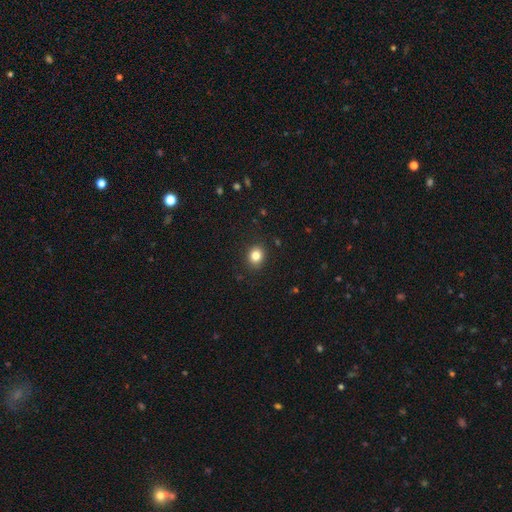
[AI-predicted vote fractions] Smooth or featured: smooth — 83% (star or artifact — 11%)
How rounded: round — 68% (in between — 31%)
Merging: none — 90% (minor disturbance — 7%)